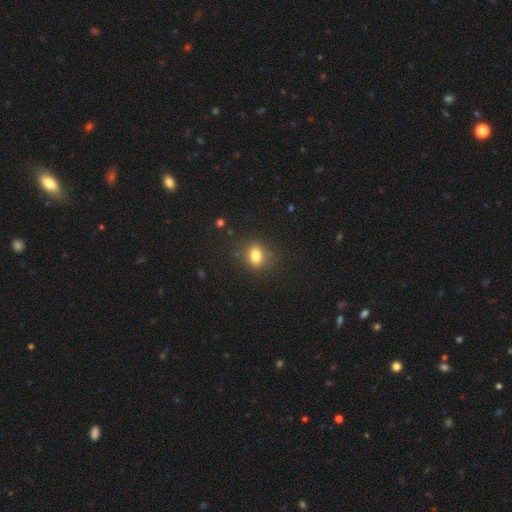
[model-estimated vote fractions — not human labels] Morphology: type=smooth (80%); roundness=in between (51%); merging=none (83%).